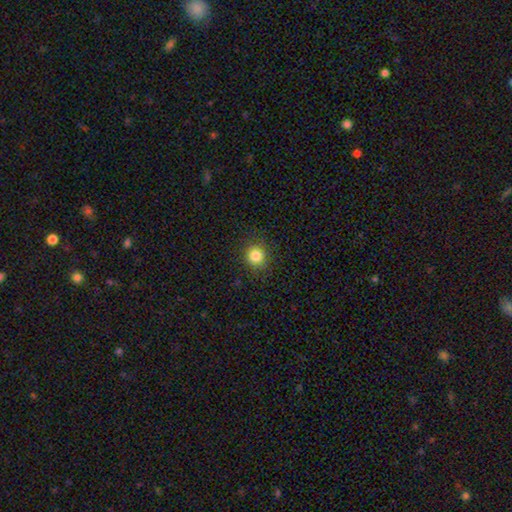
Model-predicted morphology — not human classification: A smooth galaxy with no disk features (84%) that is round (89%).

Vote fractions:
- Smooth or featured? smooth: 84% / star or artifact: 12% / featured or disk: 5%
- How rounded? round: 89% / in between: 10% / cigar-shaped: 1%
- Merging? none: 88% / minor disturbance: 8% / major disturbance: 3% / merger: 1%